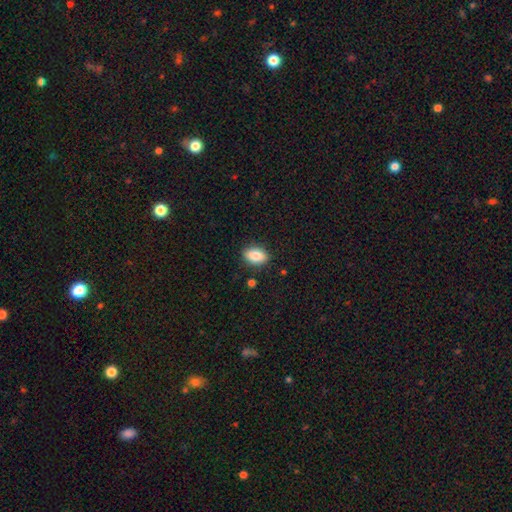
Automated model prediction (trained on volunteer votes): This is clearly a smooth galaxy (84%). How rounded: clearly in between (86%). Merging: clearly none (87%).